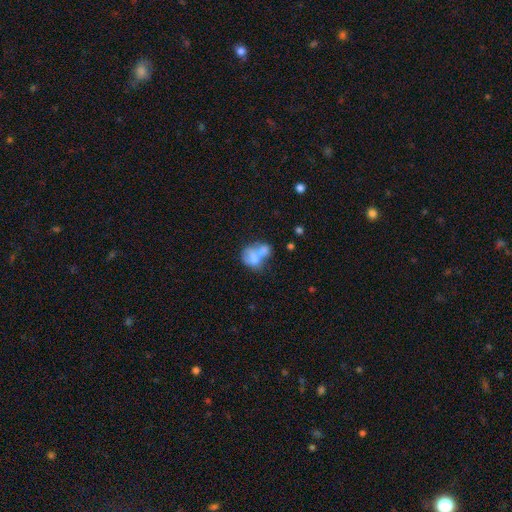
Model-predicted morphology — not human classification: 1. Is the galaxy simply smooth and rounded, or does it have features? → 62% smooth, 29% featured or disk, 9% star or artifact.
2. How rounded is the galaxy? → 72% in between, 27% round, 2% cigar-shaped.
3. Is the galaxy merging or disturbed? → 64% merger, 16% none, 10% major disturbance, 10% minor disturbance.